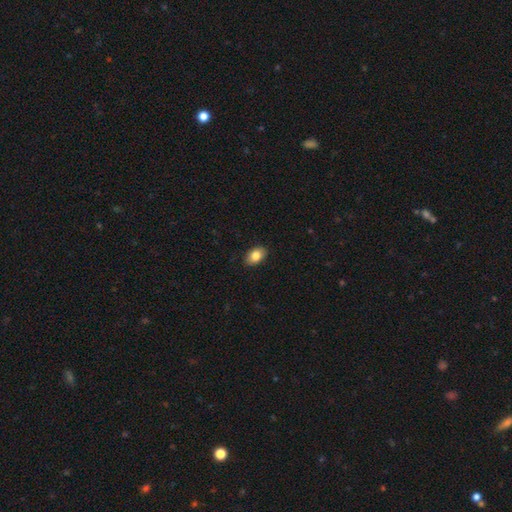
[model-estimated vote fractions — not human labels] This is clearly a smooth galaxy (84%). How rounded: clearly in between (88%). Merging: clearly none (90%).